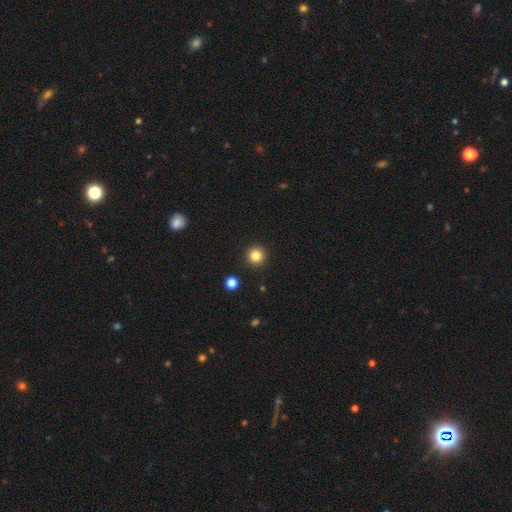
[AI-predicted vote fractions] Smooth or featured: smooth — 84% (star or artifact — 12%)
How rounded: round — 96% (in between — 3%)
Merging: none — 93% (minor disturbance — 4%)